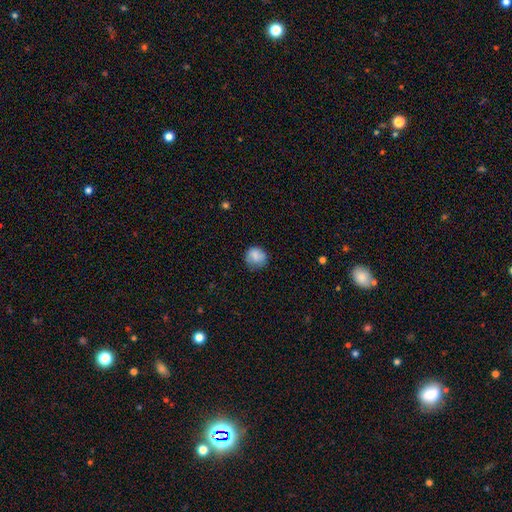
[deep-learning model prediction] A smooth galaxy with no disk features (81%) that is round (84%). Merging: none (71%).